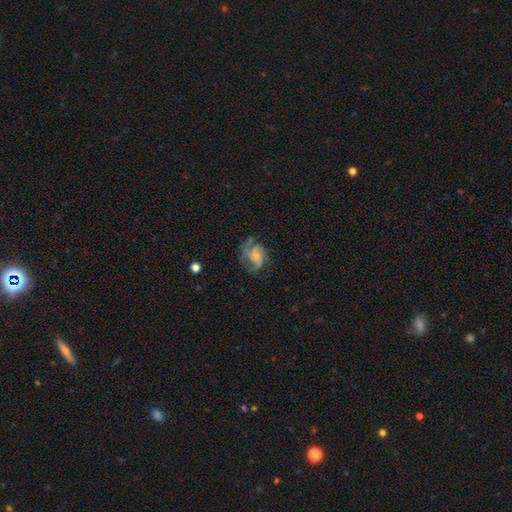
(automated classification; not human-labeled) A featured or disk galaxy (76%) with no bar (66%), 3 (42%) medium (50%) spiral arms (94%) and a small central bulge (45%).

Vote fractions:
- Smooth or featured? featured or disk: 76% / smooth: 16% / star or artifact: 8%
- Edge-on disk? no: 98% / yes: 2%
- Bar? no: 66% / weak: 28% / strong: 6%
- Spiral arms? yes: 94% / no: 6%
- Spiral winding? medium: 50% / loose: 25% / tight: 25%
- Spiral arm count? 3: 42% / 2: 30% / can't tell: 13% / 4: 6% / 1: 5% / more than 4: 4%
- Bulge size? small: 45% / none: 26% / moderate: 20% / large: 6% / dominant: 2%
- Merging? none: 58% / minor disturbance: 21% / major disturbance: 19% / merger: 2%